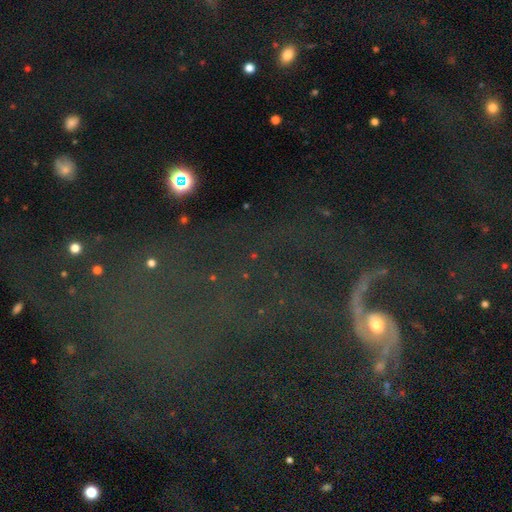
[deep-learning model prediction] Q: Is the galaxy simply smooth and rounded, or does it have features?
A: featured or disk — 49%.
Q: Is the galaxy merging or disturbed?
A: none — 48%.